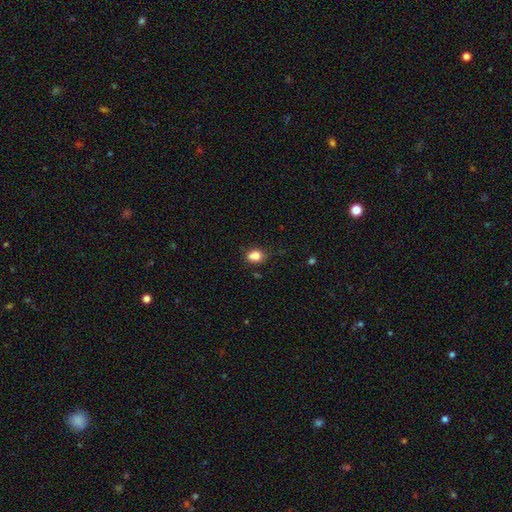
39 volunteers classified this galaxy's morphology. Overall: smooth (85%). How rounded: in between (55%; round 45%). Merging: none (42%; merger 33%).